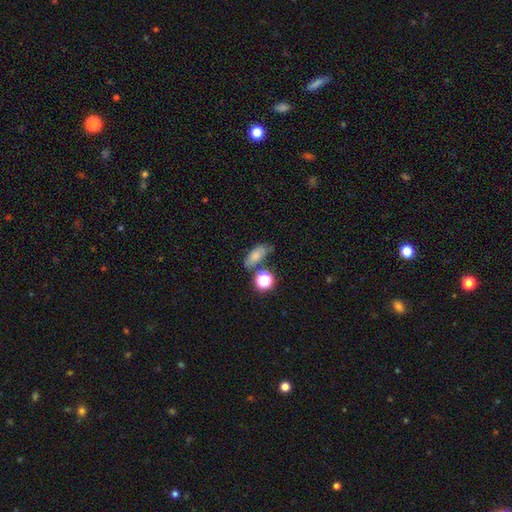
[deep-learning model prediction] Smooth or featured?
  - smooth: 72% *
  - star or artifact: 14%
  - featured or disk: 14%
How rounded?
  - in between: 75% *
  - round: 13%
  - cigar-shaped: 12%
Merging?
  - none: 55% *
  - minor disturbance: 22%
  - merger: 14%
  - major disturbance: 9%